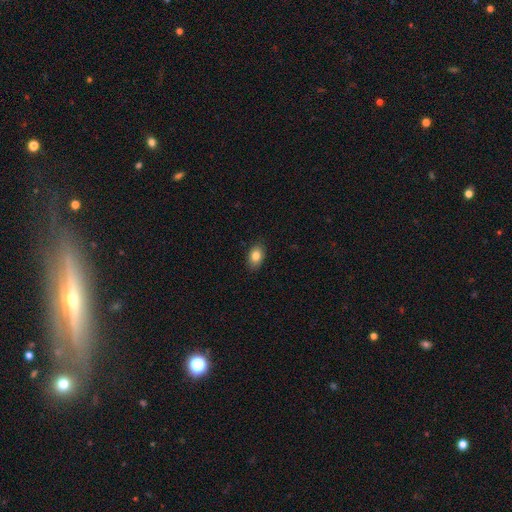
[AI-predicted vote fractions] smooth_or_featured: smooth (p=0.84) [alt: star or artifact p=0.08]
how_rounded: in between (p=0.84) [alt: round p=0.15]
merging: none (p=0.87) [alt: minor disturbance p=0.10]